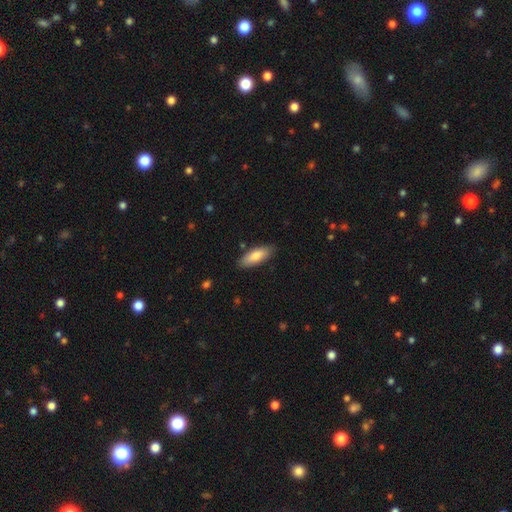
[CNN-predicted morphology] A smooth galaxy with no disk features (79%) that is in between round and cigar-shaped (71%). Merging: none (85%).